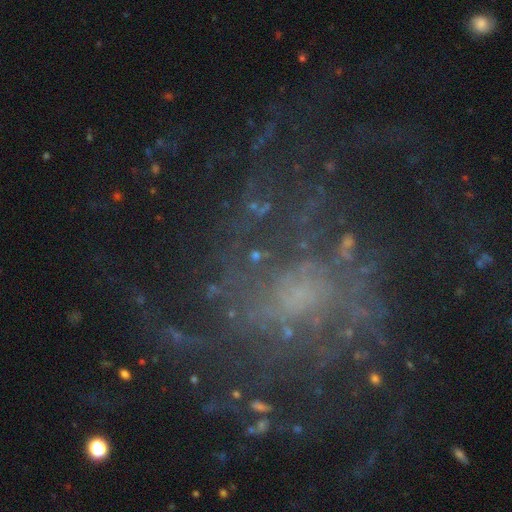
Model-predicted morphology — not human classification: This appears to be a featured or disk galaxy (69%) with no bar (68%), medium (37%) spiral arms (82%) and a small central bulge (42%). Merging: none (58%).